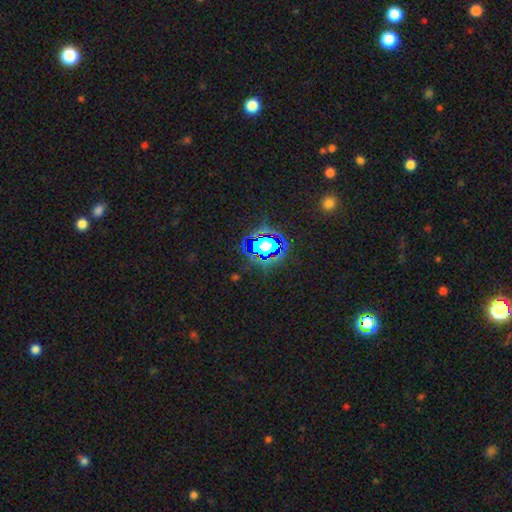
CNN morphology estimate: smooth_or_featured: star or artifact (p=0.79) [alt: smooth p=0.14]